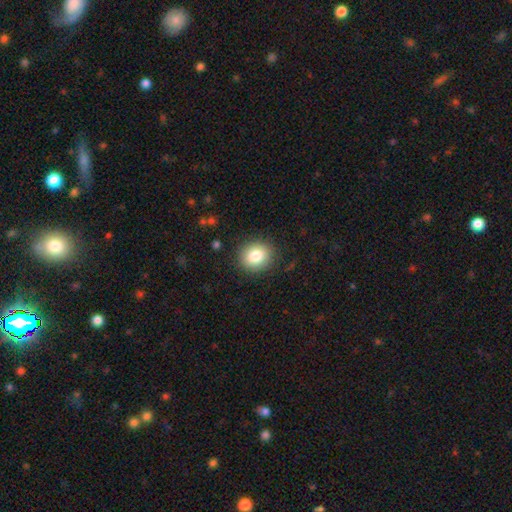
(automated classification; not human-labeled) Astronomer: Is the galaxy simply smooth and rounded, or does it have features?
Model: smooth — 83%.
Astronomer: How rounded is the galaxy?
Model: round — 72%.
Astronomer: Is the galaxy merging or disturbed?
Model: none — 88%.